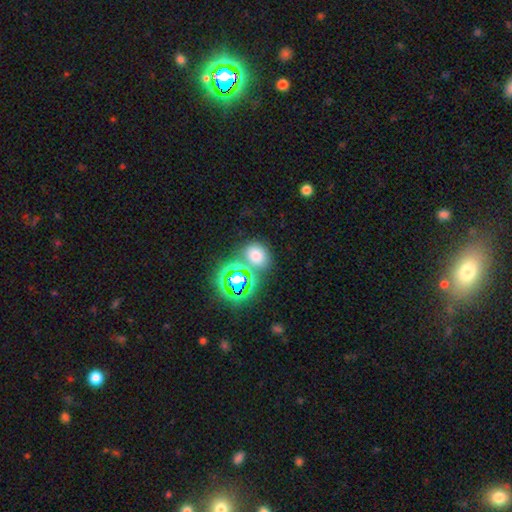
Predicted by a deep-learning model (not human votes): Overall: smooth (64%; star or artifact 28%). How rounded: round (61%; in between 38%). Merging: none (66%).